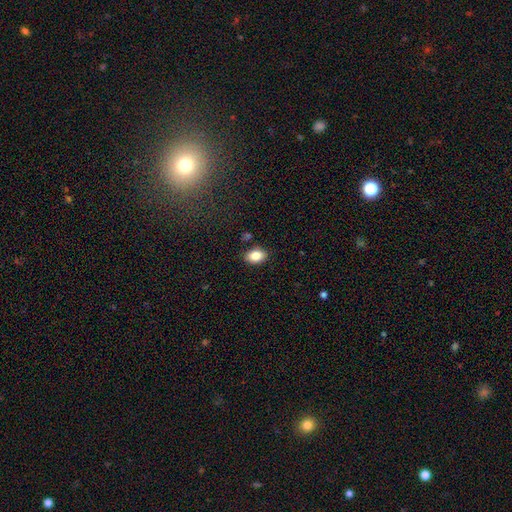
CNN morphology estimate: Q: Smooth or featured?
A: smooth (85%); runner-up: star or artifact (8%)
Q: How rounded?
A: in between (83%); runner-up: round (16%)
Q: Merging?
A: none (85%); runner-up: minor disturbance (10%)